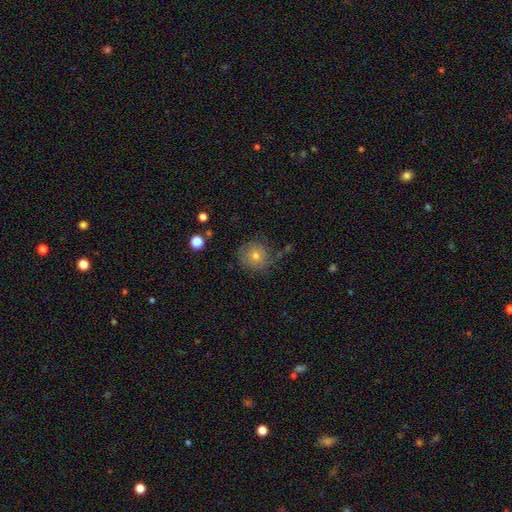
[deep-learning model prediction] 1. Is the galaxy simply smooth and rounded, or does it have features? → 57% smooth, 29% featured or disk, 14% star or artifact.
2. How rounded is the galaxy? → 92% round, 7% in between, 1% cigar-shaped.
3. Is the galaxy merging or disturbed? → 76% none, 16% minor disturbance, 6% major disturbance, 2% merger.